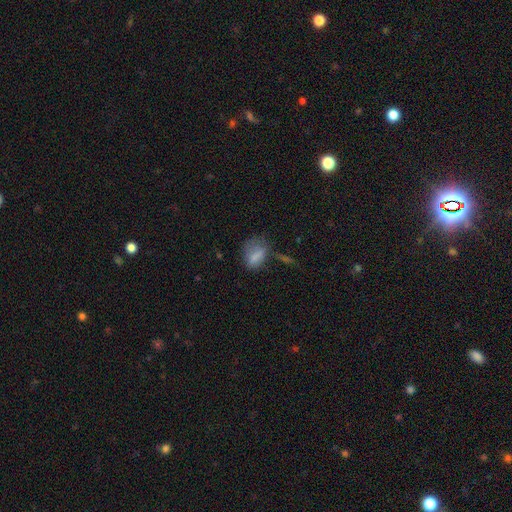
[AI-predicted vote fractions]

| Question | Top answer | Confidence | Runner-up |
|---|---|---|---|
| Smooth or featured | smooth | 73% | featured or disk (16%) |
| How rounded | in between | 74% | round (20%) |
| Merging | none | 41% | minor disturbance (27%) |